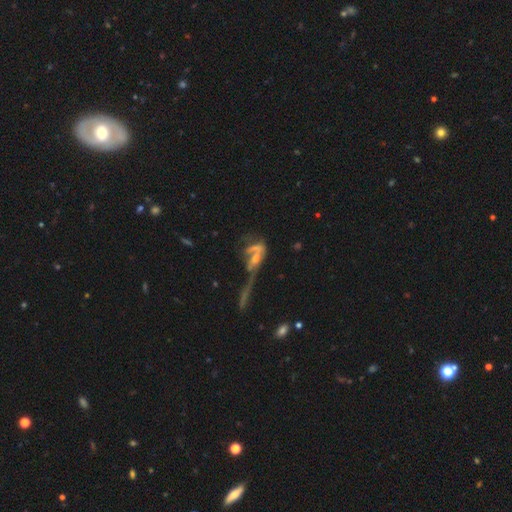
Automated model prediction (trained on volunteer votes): Overall: featured or disk (56%; smooth 31%). Edge-on disk: no (85%). Merging: merger (45%; major disturbance 34%).